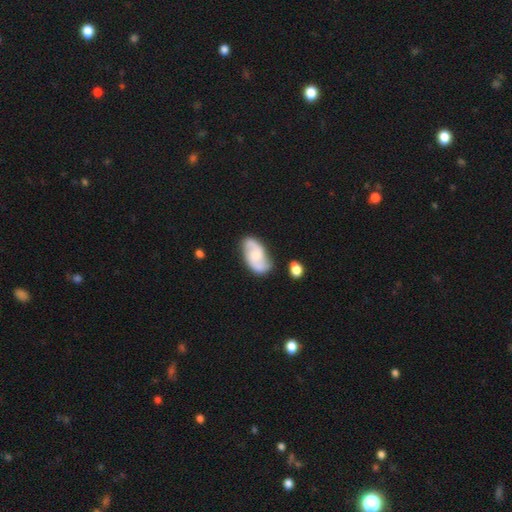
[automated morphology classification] Overall: featured or disk (69%). Edge-on disk: no (96%). Bar: no (56%; weak 37%). Spiral arms: yes (93%). Spiral arm count: 2 (89%). Spiral winding: medium (45%; loose 37%). Bulge size: small (39%; moderate 35%). Merging: none (70%).